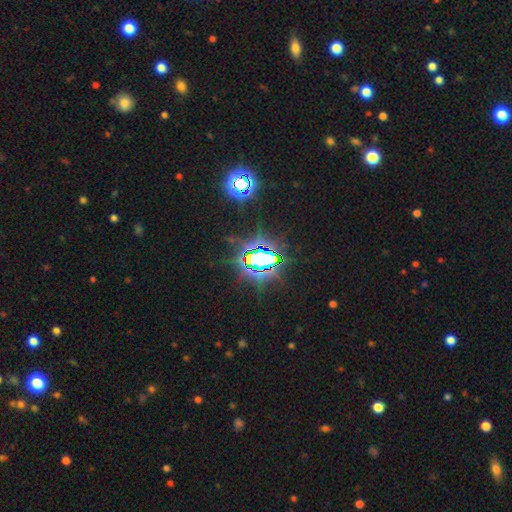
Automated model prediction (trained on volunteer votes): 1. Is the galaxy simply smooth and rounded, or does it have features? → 75% star or artifact, 13% smooth, 11% featured or disk.